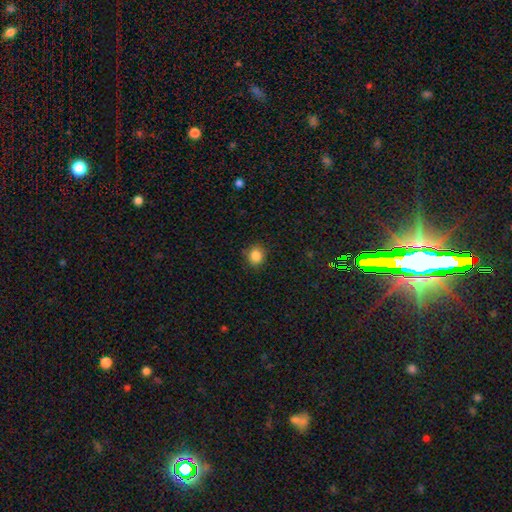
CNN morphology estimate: Smooth or featured: smooth — 84% (star or artifact — 11%)
How rounded: round — 78% (in between — 21%)
Merging: none — 87% (minor disturbance — 10%)